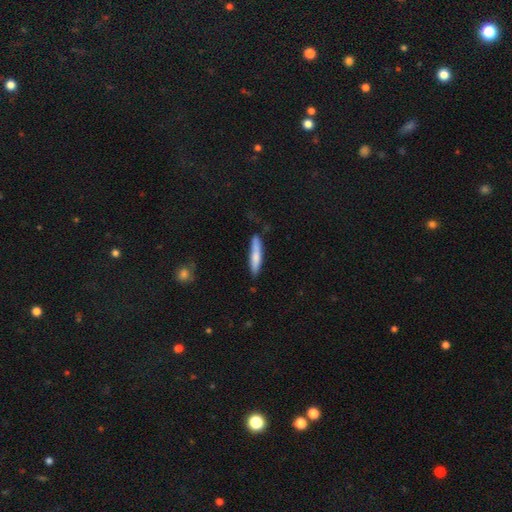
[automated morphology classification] This appears to be a smooth galaxy with no disk features (75%) that is cigar-shaped (87%). Merging: none (75%).